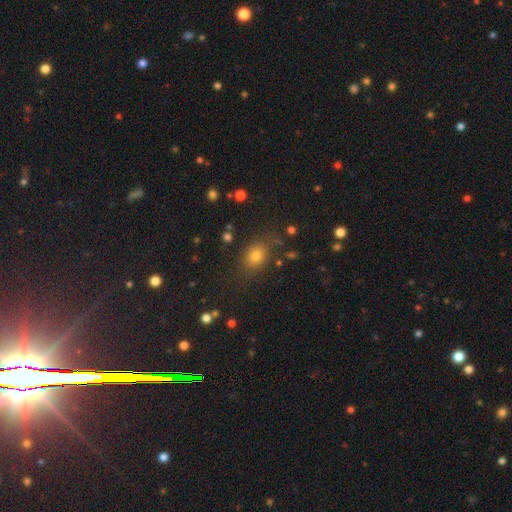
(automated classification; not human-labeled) A smooth galaxy with no disk features (74%) that is in between round and cigar-shaped (55%). Merging: none (80%).